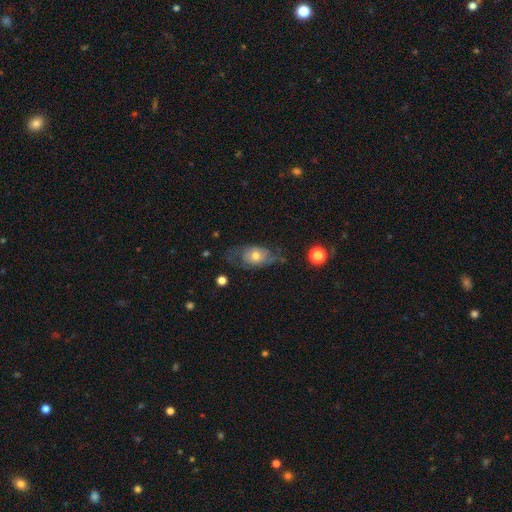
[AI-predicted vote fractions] smooth-or-featured: featured or disk: 50% | smooth: 41% | star or artifact: 8%
  disk-edge-on: no: 91% | yes: 9%
  merging: none: 46% | minor disturbance: 27% | major disturbance: 24% | merger: 3%